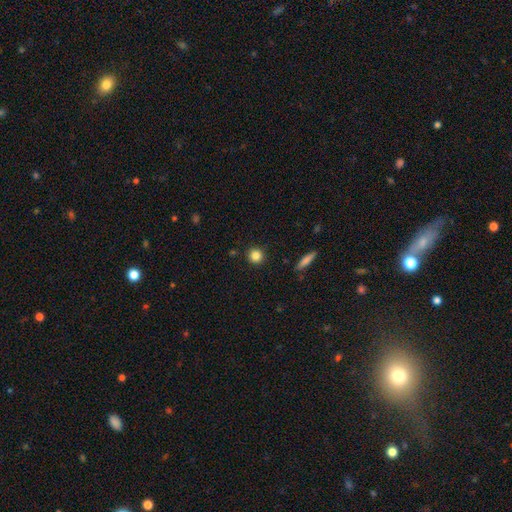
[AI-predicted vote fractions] Q: Smooth or featured?
A: smooth (84%); runner-up: star or artifact (10%)
Q: How rounded?
A: round (92%); runner-up: in between (7%)
Q: Merging?
A: none (91%); runner-up: minor disturbance (6%)